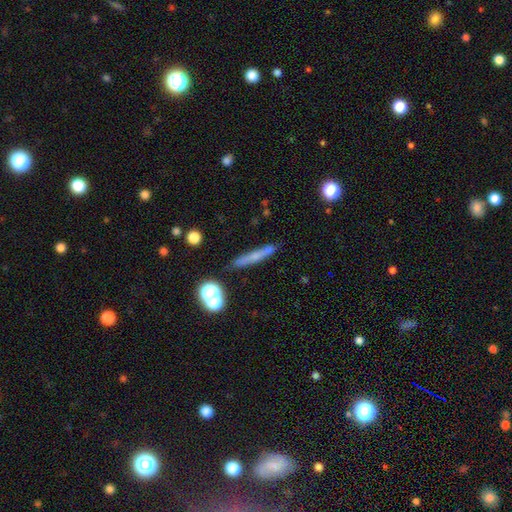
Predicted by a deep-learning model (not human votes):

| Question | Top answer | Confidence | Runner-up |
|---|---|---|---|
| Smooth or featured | smooth | 53% | featured or disk (35%) |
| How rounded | cigar-shaped | 88% | in between (6%) |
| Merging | none | 81% | minor disturbance (11%) |